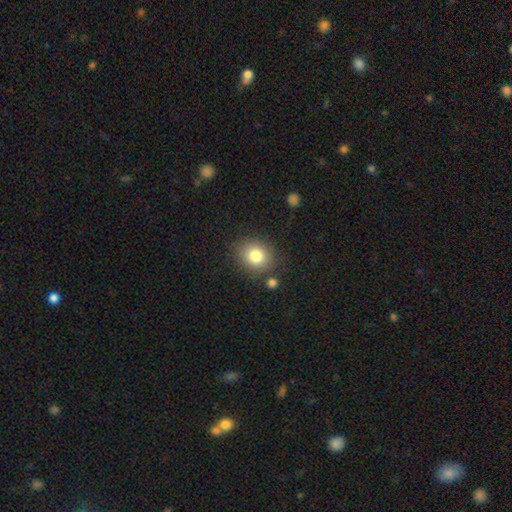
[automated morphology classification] Smooth or featured: smooth — 81% (star or artifact — 11%)
How rounded: round — 72% (in between — 27%)
Merging: none — 82% (minor disturbance — 10%)